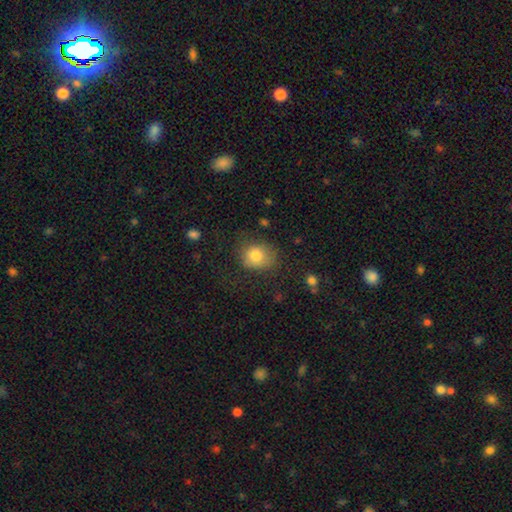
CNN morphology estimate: This appears to be a smooth galaxy with no disk features (80%) that is round (67%). Merging: none (64%).